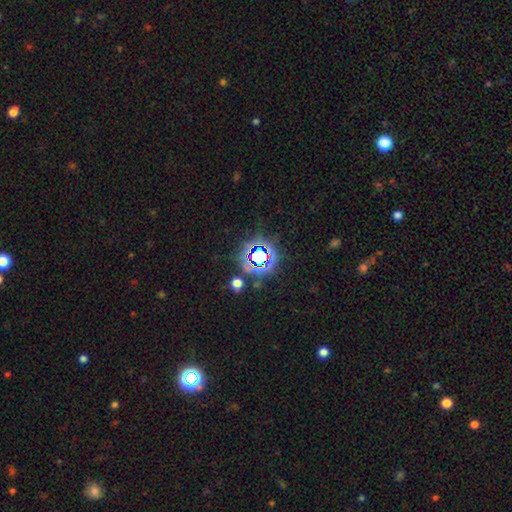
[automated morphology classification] Smooth or featured? star or artifact (67%)